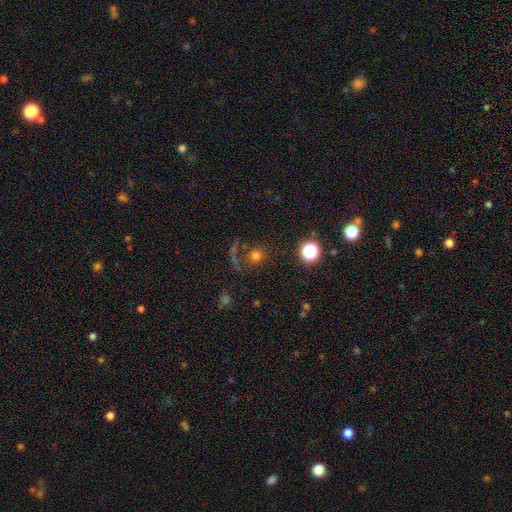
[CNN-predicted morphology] type=smooth (67%); roundness=round (86%); merging=none (63%).